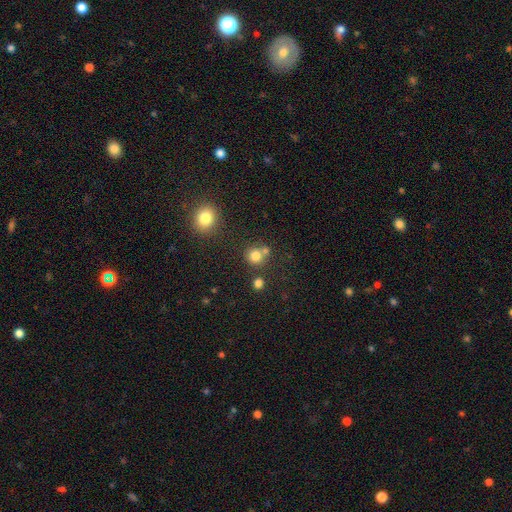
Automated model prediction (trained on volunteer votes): The model was most divided on "merging": none: 64%, merger: 24%, minor disturbance: 8%, major disturbance: 3%. More confident: how rounded — round (89%); smooth or featured — smooth (79%).